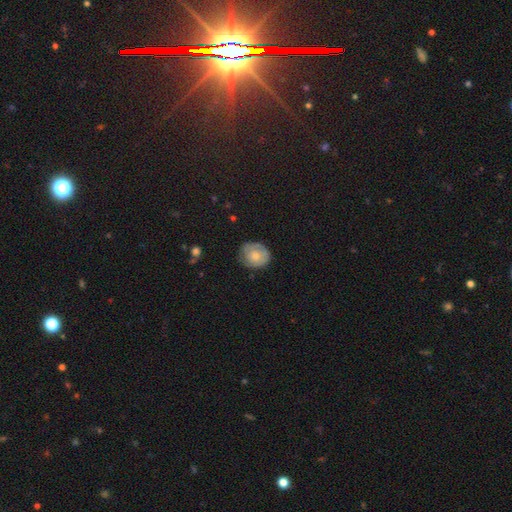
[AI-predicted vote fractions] This appears to be a smooth galaxy with no disk features (60%) that is round (71%). Merging: none (71%).